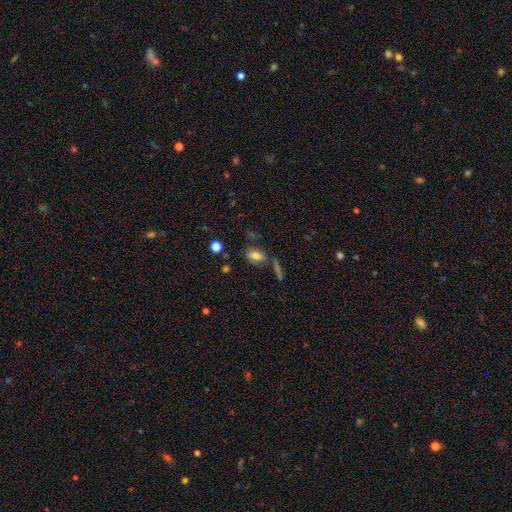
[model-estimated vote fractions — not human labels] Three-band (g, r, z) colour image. It shows a smooth galaxy with no disk features (74%) that is in between round and cigar-shaped (85%). Merging: none (61%).